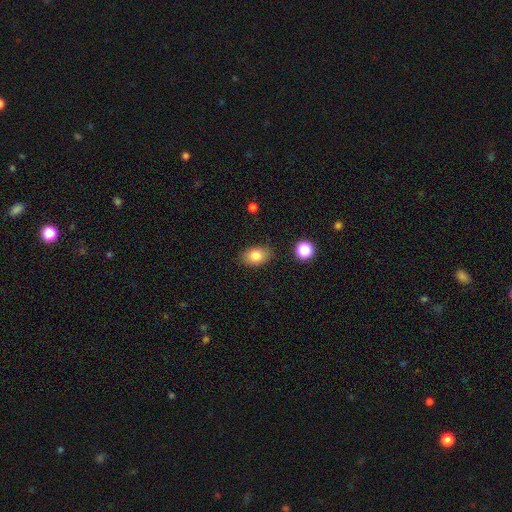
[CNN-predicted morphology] Smooth or featured?
  - smooth: 81% *
  - featured or disk: 10%
  - star or artifact: 10%
How rounded?
  - in between: 80% *
  - round: 19%
  - cigar-shaped: 1%
Merging?
  - none: 84% *
  - minor disturbance: 11%
  - major disturbance: 3%
  - merger: 2%